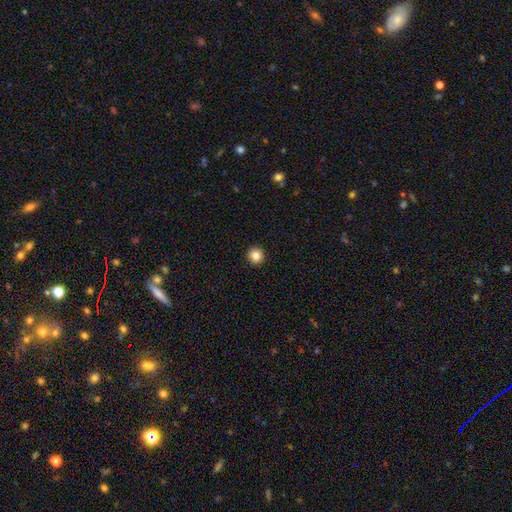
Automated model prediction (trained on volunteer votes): Smooth or featured? Predicted: smooth (p=0.85). How rounded? Predicted: round (p=0.95). Merging? Predicted: none (p=0.94).